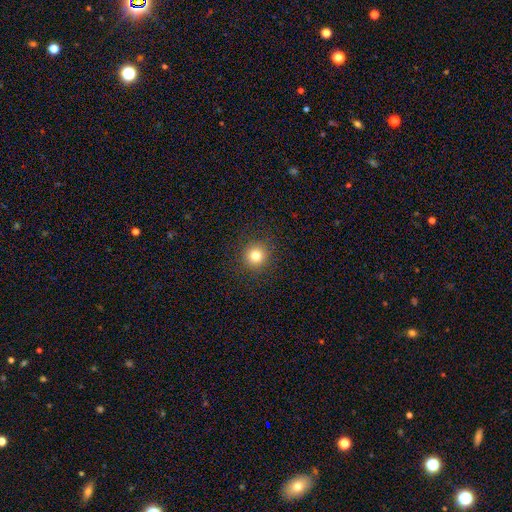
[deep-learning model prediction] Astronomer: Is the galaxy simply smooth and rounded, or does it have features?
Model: smooth — 80%.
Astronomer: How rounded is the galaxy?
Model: round — 94%.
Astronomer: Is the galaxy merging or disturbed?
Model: none — 91%.